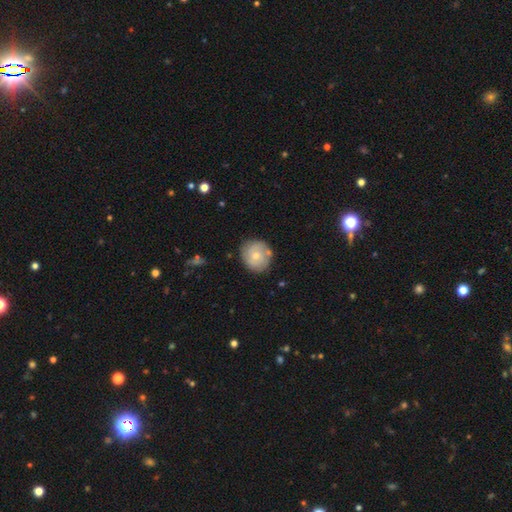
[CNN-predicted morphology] type=smooth (57%); roundness=round (84%); merging=none (74%).